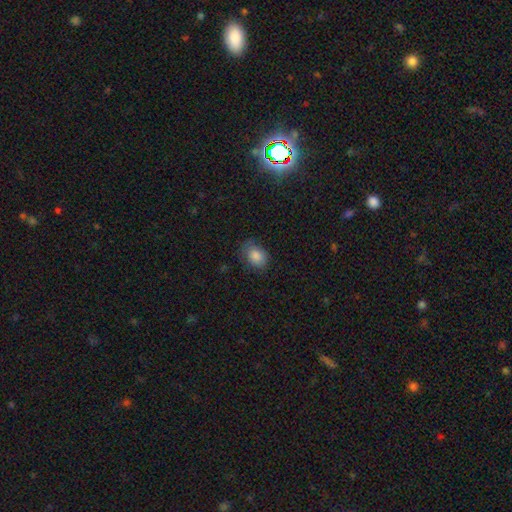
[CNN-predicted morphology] smooth_or_featured: smooth (p=0.84) [alt: star or artifact p=0.09]
how_rounded: in between (p=0.67) [alt: round p=0.32]
merging: none (p=0.69) [alt: minor disturbance p=0.24]